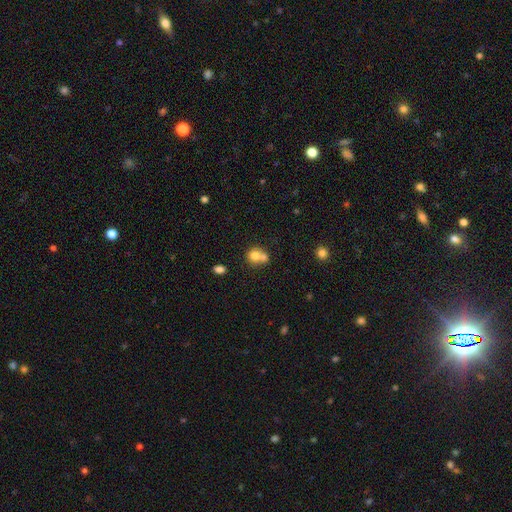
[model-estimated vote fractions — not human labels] Smooth or featured? Predicted: smooth (p=0.74). How rounded? Predicted: round (p=0.71). Merging? Predicted: merger (p=0.57).